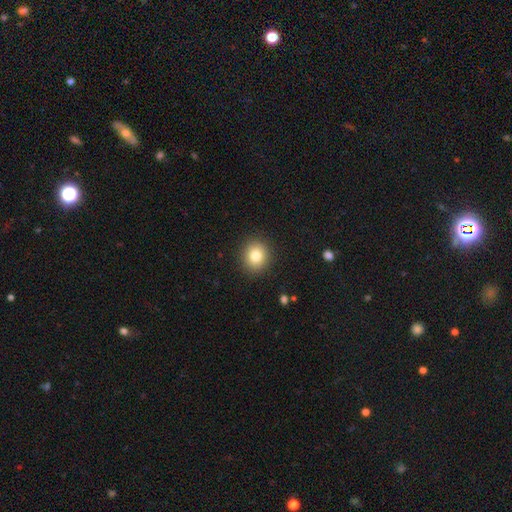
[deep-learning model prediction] Morphology: type=smooth (81%); roundness=round (81%); merging=none (90%).